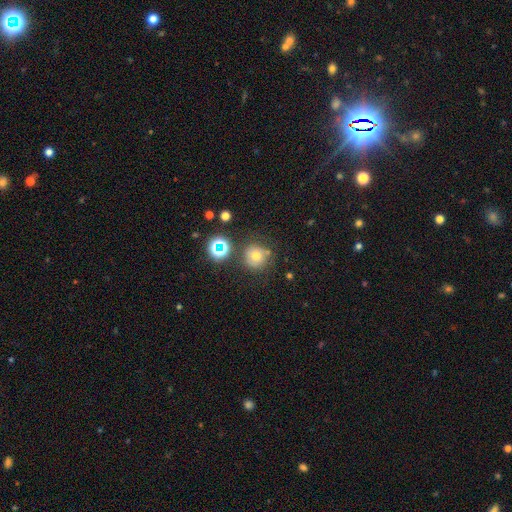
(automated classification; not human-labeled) A smooth galaxy with no disk features (64%) that is round (92%).

Vote fractions:
- Smooth or featured? smooth: 64% / star or artifact: 21% / featured or disk: 15%
- How rounded? round: 92% / in between: 7% / cigar-shaped: 1%
- Merging? none: 71% / minor disturbance: 15% / merger: 8% / major disturbance: 6%